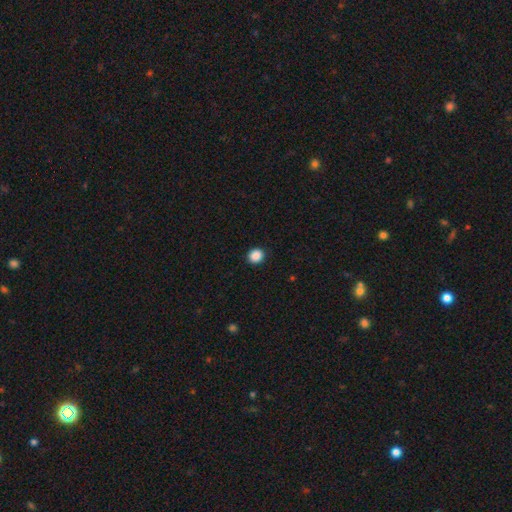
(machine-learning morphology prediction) smooth_or_featured: smooth (p=0.88) [alt: star or artifact p=0.09]
how_rounded: round (p=0.82) [alt: in between p=0.17]
merging: none (p=0.91) [alt: minor disturbance p=0.06]